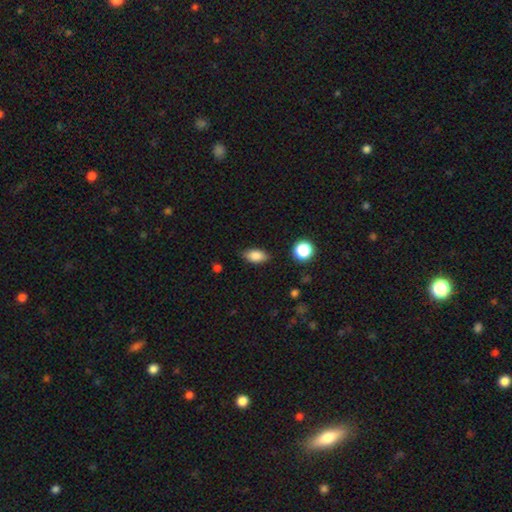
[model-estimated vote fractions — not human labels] Smooth or featured: smooth — 85% (star or artifact — 9%)
How rounded: in between — 88% (round — 7%)
Merging: none — 84% (minor disturbance — 12%)